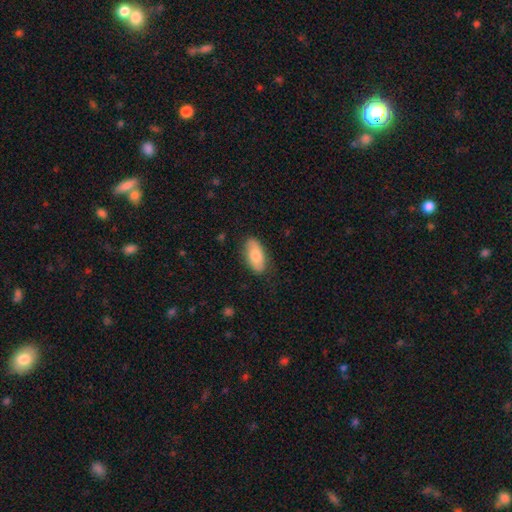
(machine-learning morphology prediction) The model was most divided on "smooth or featured": smooth: 76%, featured or disk: 19%, star or artifact: 6%. More confident: how rounded — in between (90%); merging — none (83%).